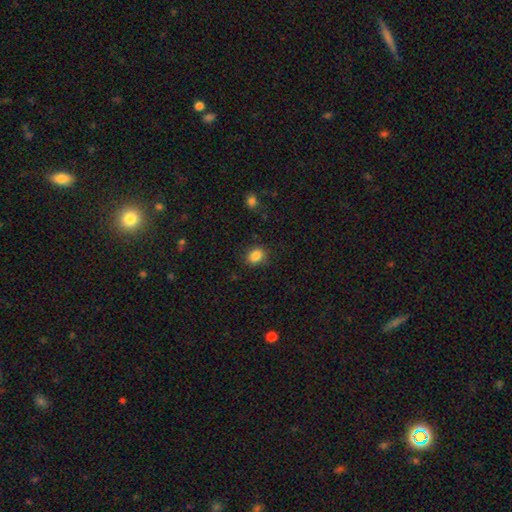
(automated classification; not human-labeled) Smooth or featured? Predicted: smooth (p=0.86). How rounded? Predicted: in between (p=0.54). Merging? Predicted: none (p=0.83).